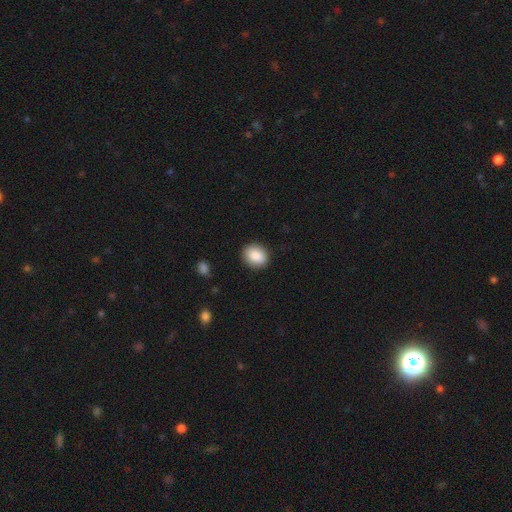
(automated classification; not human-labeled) A smooth galaxy with no disk features (88%) that is round (61%).

Vote fractions:
- Smooth or featured? smooth: 88% / star or artifact: 7% / featured or disk: 5%
- How rounded? round: 61% / in between: 38% / cigar-shaped: 1%
- Merging? none: 89% / minor disturbance: 7% / major disturbance: 2% / merger: 1%